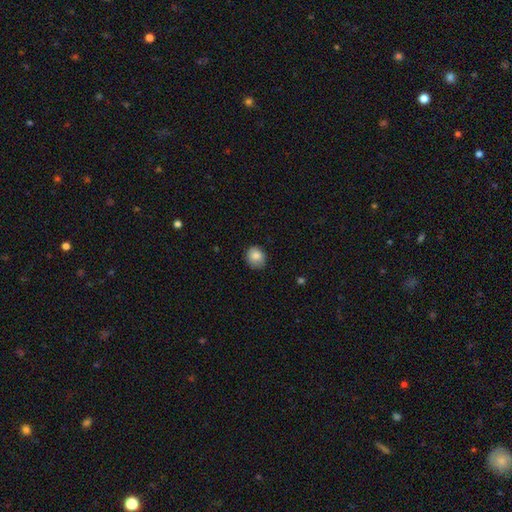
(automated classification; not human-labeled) smooth_or_featured: smooth (p=0.85) [alt: star or artifact p=0.09]
how_rounded: round (p=0.74) [alt: in between p=0.25]
merging: none (p=0.78) [alt: minor disturbance p=0.18]